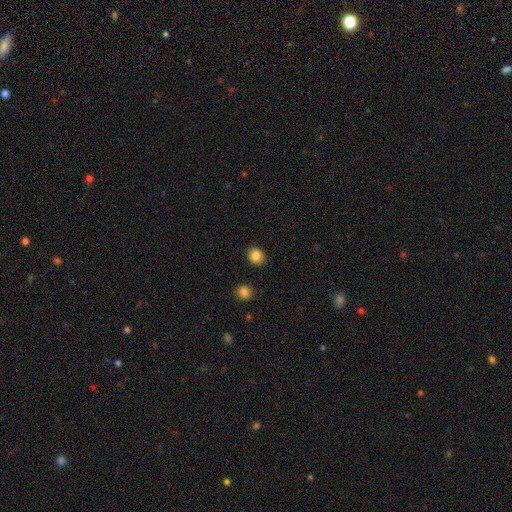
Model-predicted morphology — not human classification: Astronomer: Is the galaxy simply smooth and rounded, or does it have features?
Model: smooth — 86%.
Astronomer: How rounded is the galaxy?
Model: round — 65%.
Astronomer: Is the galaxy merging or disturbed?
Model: none — 90%.